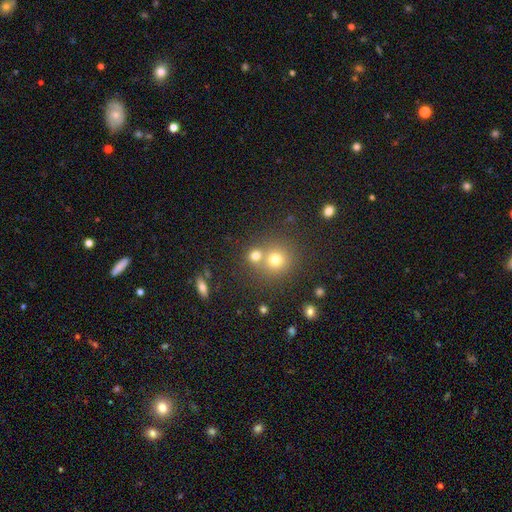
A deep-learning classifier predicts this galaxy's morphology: Smooth or featured?
  - smooth: 72% *
  - star or artifact: 17%
  - featured or disk: 11%
How rounded?
  - round: 84% *
  - in between: 15%
  - cigar-shaped: 1%
Merging?
  - none: 54% *
  - merger: 36%
  - minor disturbance: 7%
  - major disturbance: 3%